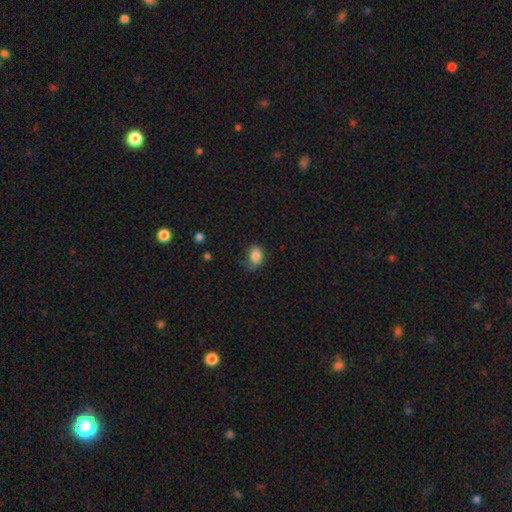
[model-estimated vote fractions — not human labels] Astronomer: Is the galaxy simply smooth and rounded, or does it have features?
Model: smooth — 82%.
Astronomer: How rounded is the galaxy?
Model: in between — 73%.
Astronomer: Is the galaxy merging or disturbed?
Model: none — 48% (runner-up: minor disturbance, 33%).